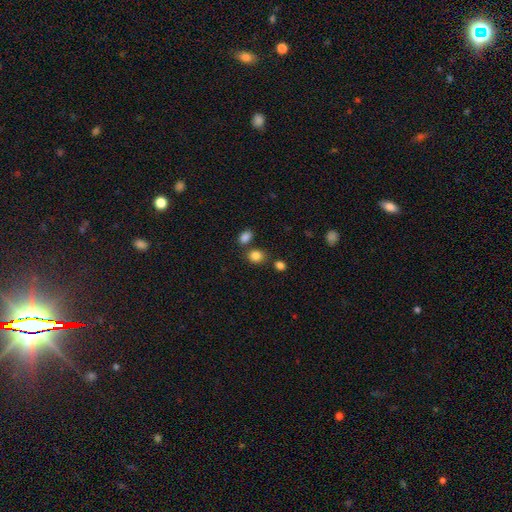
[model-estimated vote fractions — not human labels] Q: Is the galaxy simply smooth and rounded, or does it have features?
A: smooth — 84%.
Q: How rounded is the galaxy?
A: round — 57%.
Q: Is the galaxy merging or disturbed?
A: none — 72%.